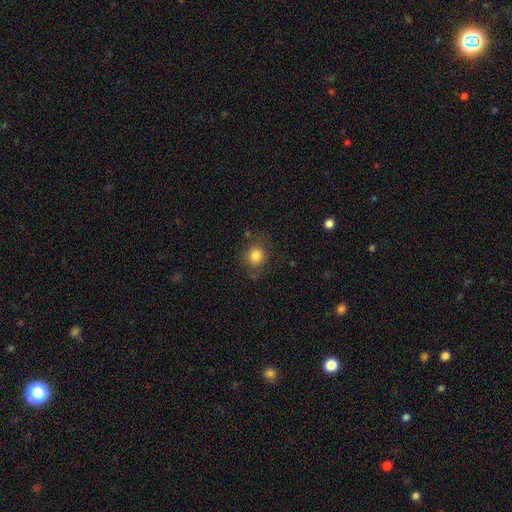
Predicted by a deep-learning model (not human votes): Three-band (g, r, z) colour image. It shows a smooth galaxy with no disk features (82%) that is round (81%). Merging: none (80%).